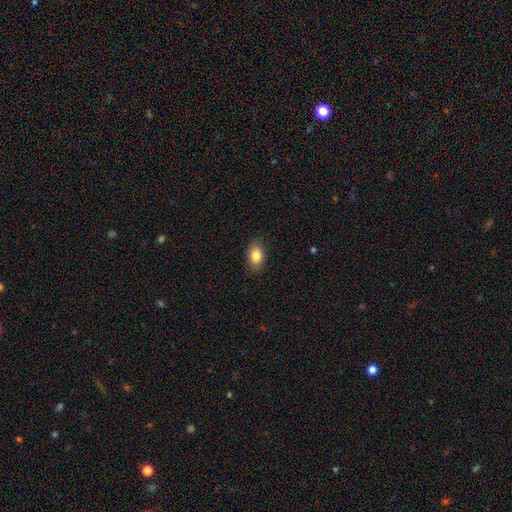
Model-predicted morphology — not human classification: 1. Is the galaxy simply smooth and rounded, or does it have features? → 84% smooth, 8% star or artifact, 8% featured or disk.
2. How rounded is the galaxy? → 83% in between, 15% round, 2% cigar-shaped.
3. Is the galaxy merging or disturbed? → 84% none, 13% minor disturbance, 3% major disturbance, 1% merger.